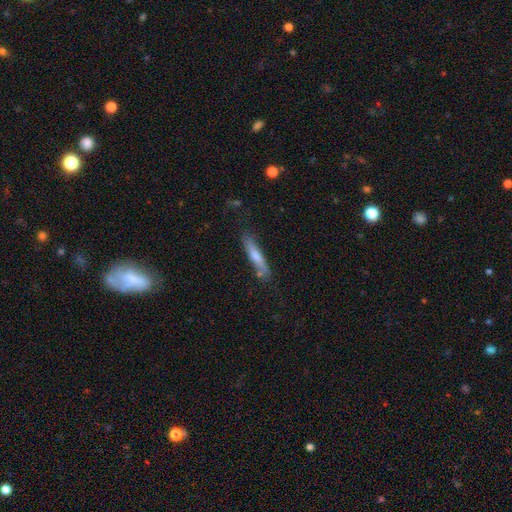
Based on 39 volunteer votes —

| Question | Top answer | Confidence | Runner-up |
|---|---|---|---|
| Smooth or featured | smooth | 56% | featured or disk (33%) |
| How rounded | cigar-shaped | 91% | in between (9%) |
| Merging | none | 91% | minor disturbance (9%) |